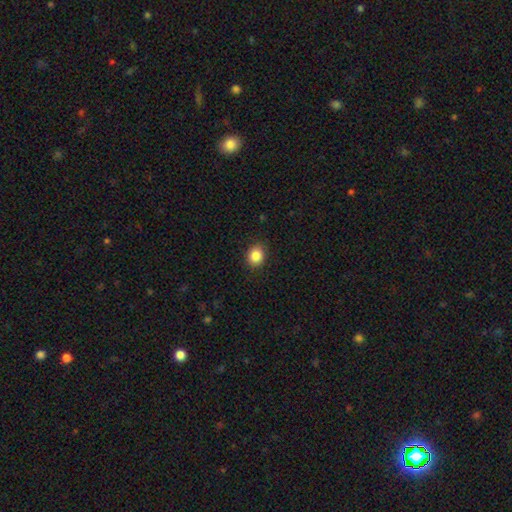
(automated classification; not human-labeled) Morphology: type=smooth (86%); roundness=round (62%); merging=none (89%).